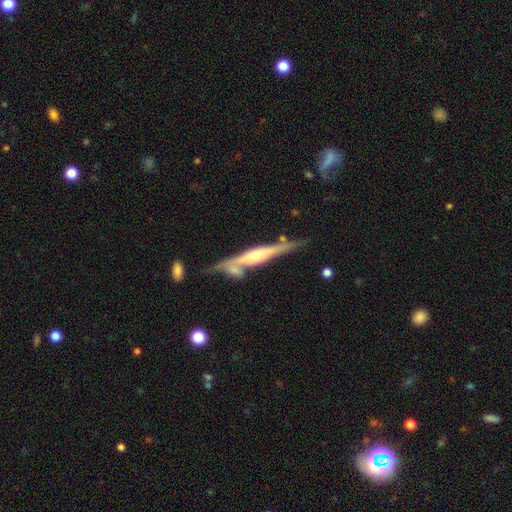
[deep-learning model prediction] smooth-or-featured: featured or disk: 77% | smooth: 17% | star or artifact: 6%
  disk-edge-on: yes: 92% | no: 8%
    edge-on-bulge: rounded: 81% | none: 10% | boxy: 9%
  merging: none: 57% | minor disturbance: 19% | merger: 18% | major disturbance: 6%